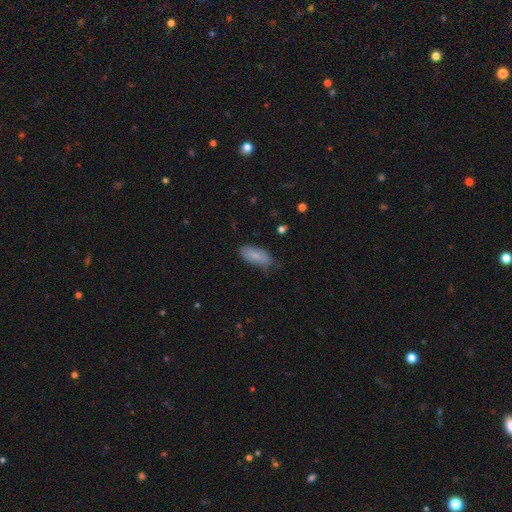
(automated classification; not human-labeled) Smooth or featured? smooth (82%)
How rounded? in between (81%)
Merging? none (66%)